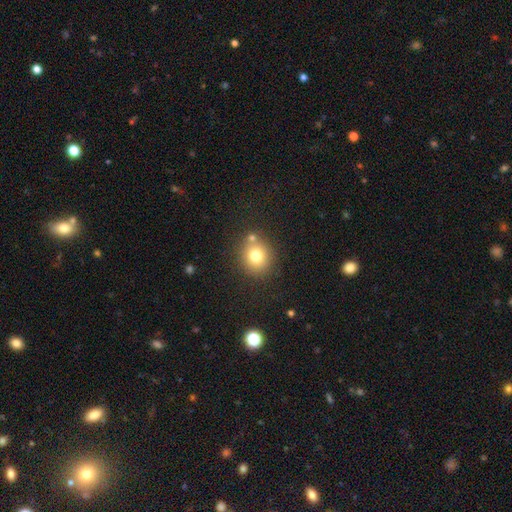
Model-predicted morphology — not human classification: smooth_or_featured: smooth (p=0.76) [alt: star or artifact p=0.13]
how_rounded: round (p=0.82) [alt: in between p=0.17]
merging: none (p=0.74) [alt: merger p=0.13]